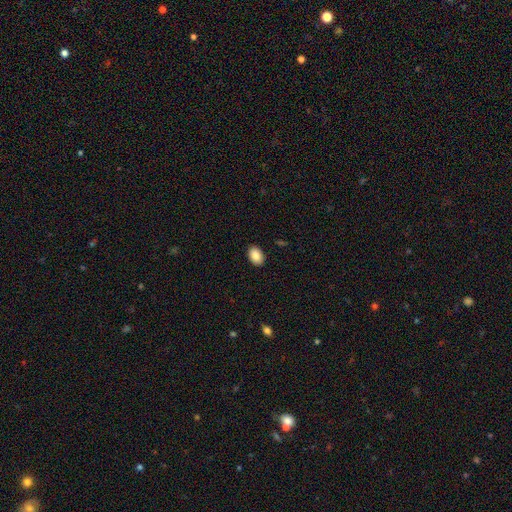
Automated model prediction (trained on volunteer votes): smooth_or_featured: smooth (p=0.88) [alt: star or artifact p=0.07]
how_rounded: in between (p=0.83) [alt: round p=0.16]
merging: none (p=0.90) [alt: minor disturbance p=0.07]